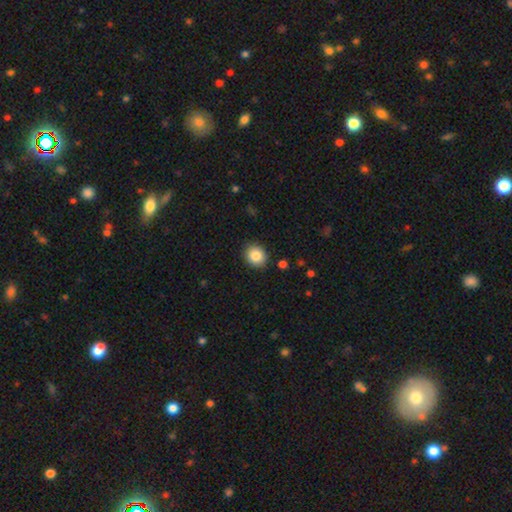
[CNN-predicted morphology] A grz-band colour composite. It shows a smooth galaxy with no disk features (85%) that is round (74%). Merging: none (90%).